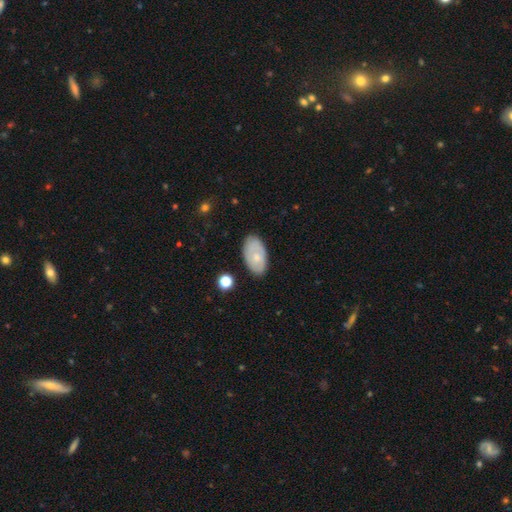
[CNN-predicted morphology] Smooth or featured? Predicted: smooth (p=0.68). How rounded? Predicted: in between (p=0.94). Merging? Predicted: none (p=0.81).